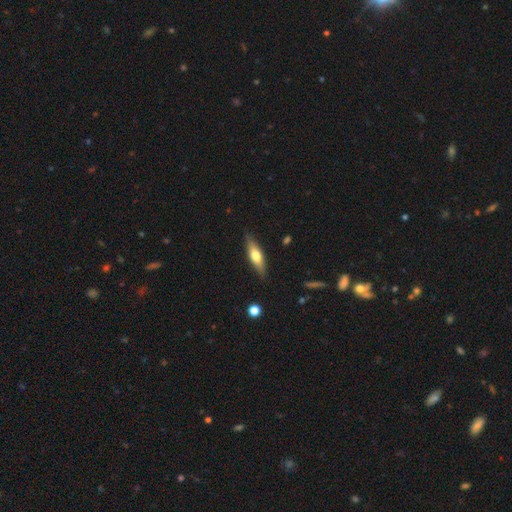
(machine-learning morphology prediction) Smooth or featured?
  - smooth: 50% *
  - featured or disk: 44%
  - star or artifact: 6%
How rounded?
  - cigar-shaped: 62% *
  - in between: 36%
  - round: 2%
Merging?
  - none: 86% *
  - minor disturbance: 11%
  - major disturbance: 2%
  - merger: 1%